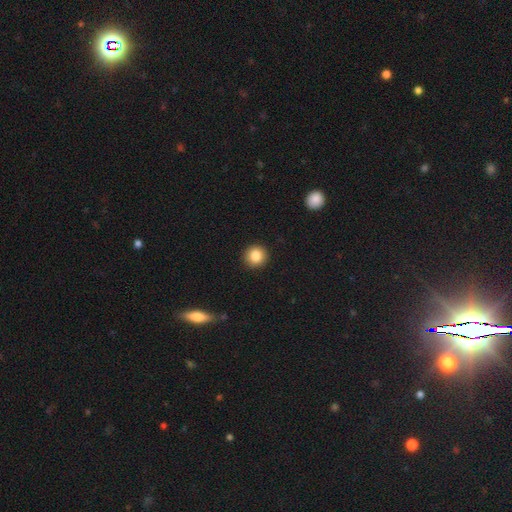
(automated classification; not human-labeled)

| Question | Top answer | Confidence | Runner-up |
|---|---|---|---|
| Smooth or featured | smooth | 85% | star or artifact (9%) |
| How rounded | round | 94% | in between (5%) |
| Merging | none | 93% | minor disturbance (5%) |